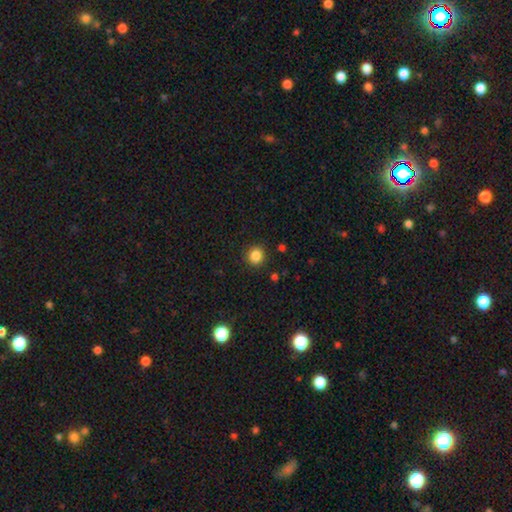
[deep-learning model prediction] A smooth galaxy with no disk features (85%) that is round (90%).

Vote fractions:
- Smooth or featured? smooth: 85% / star or artifact: 11% / featured or disk: 4%
- How rounded? round: 90% / in between: 9% / cigar-shaped: 1%
- Merging? none: 90% / minor disturbance: 6% / major disturbance: 2% / merger: 1%